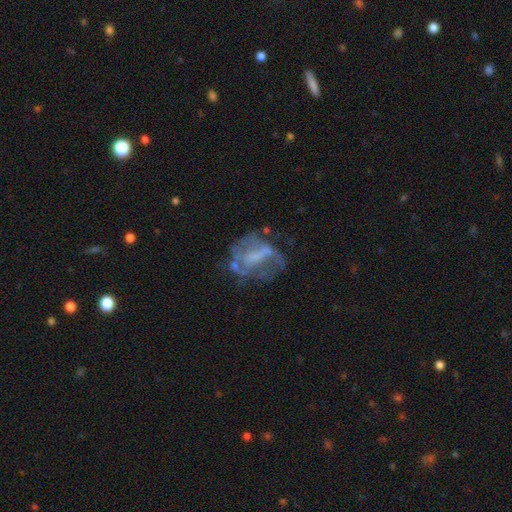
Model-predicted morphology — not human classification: Smooth or featured?
  - featured or disk: 67% *
  - smooth: 20%
  - star or artifact: 13%
Edge-on disk?
  - no: 96% *
  - yes: 4%
Bar?
  - no: 47% *
  - weak: 33%
  - strong: 20%
Spiral arms?
  - no: 66% *
  - yes: 34%
Bulge size?
  - none: 52% *
  - small: 22%
  - moderate: 20%
  - large: 5%
  - dominant: 1%
Merging?
  - none: 41% *
  - major disturbance: 33%
  - minor disturbance: 19%
  - merger: 7%